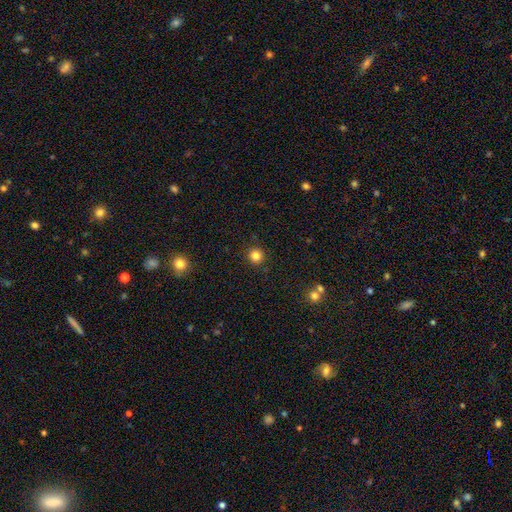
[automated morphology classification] Smooth or featured? Predicted: smooth (p=0.83). How rounded? Predicted: round (p=0.94). Merging? Predicted: none (p=0.91).